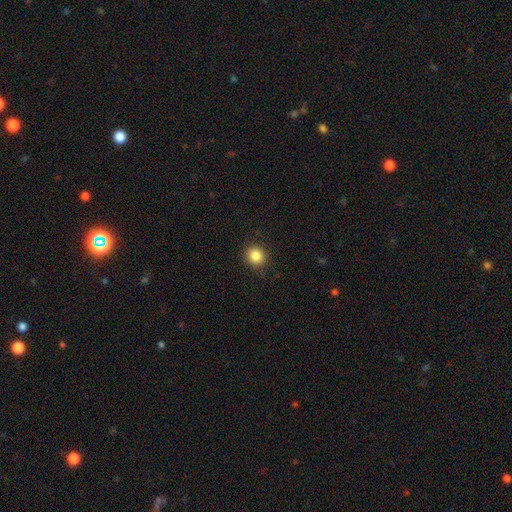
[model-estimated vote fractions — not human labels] This is clearly a smooth galaxy (86%). How rounded: clearly round (85%). Merging: clearly none (90%).